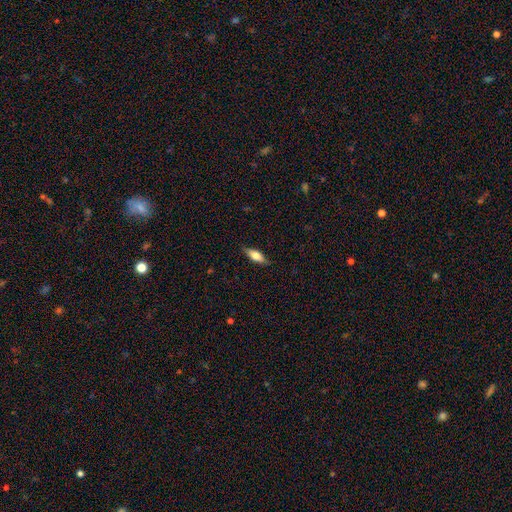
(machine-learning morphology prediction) Smooth or featured?
  - smooth: 59% *
  - featured or disk: 35%
  - star or artifact: 7%
How rounded?
  - in between: 60% *
  - cigar-shaped: 38%
  - round: 3%
Merging?
  - none: 84% *
  - minor disturbance: 13%
  - major disturbance: 3%
  - merger: 1%